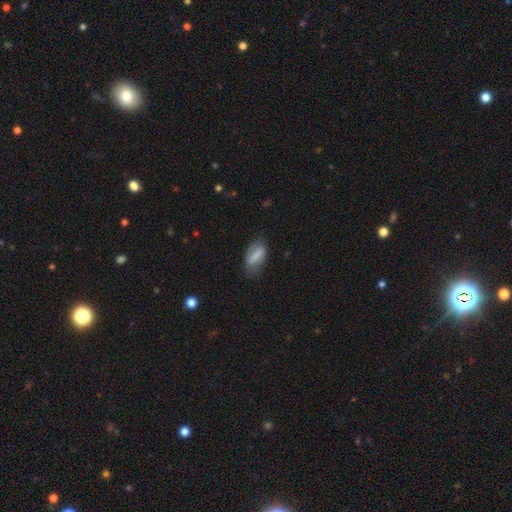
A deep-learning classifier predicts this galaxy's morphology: Overall: smooth (67%). How rounded: in between (87%). Merging: none (68%).